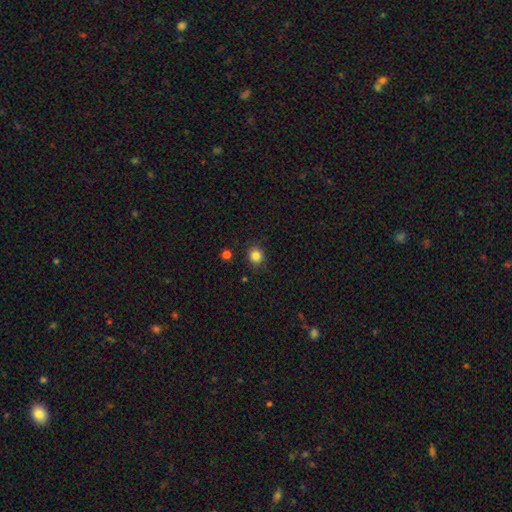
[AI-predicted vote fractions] smooth_or_featured: smooth (p=0.85) [alt: star or artifact p=0.11]
how_rounded: round (p=0.87) [alt: in between p=0.12]
merging: none (p=0.87) [alt: minor disturbance p=0.09]